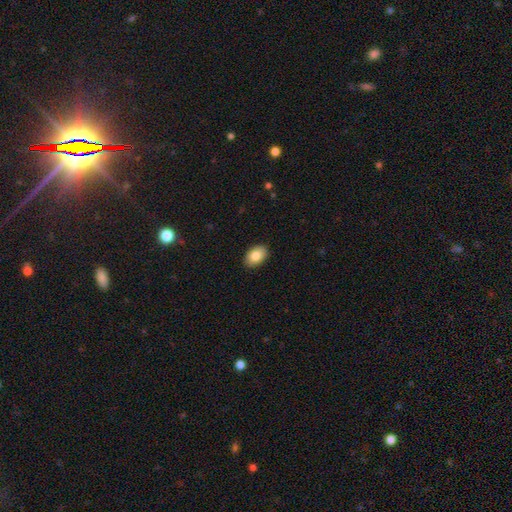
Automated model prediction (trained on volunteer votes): Smooth or featured?
  - smooth: 84% *
  - featured or disk: 9%
  - star or artifact: 7%
How rounded?
  - in between: 87% *
  - round: 12%
  - cigar-shaped: 1%
Merging?
  - none: 90% *
  - minor disturbance: 8%
  - major disturbance: 2%
  - merger: 1%